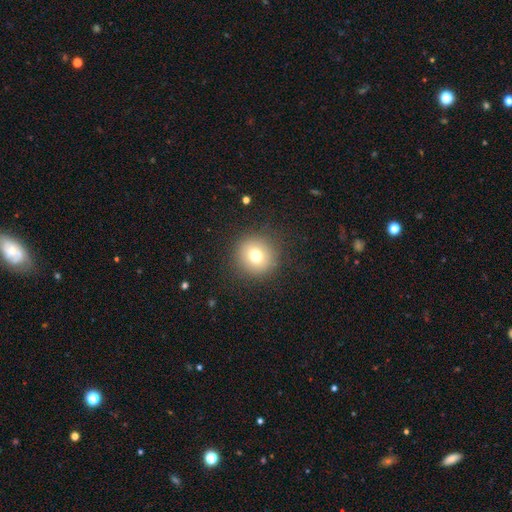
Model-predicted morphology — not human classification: This is likely a smooth galaxy (75%). How rounded: clearly round (93%). Merging: clearly none (89%).